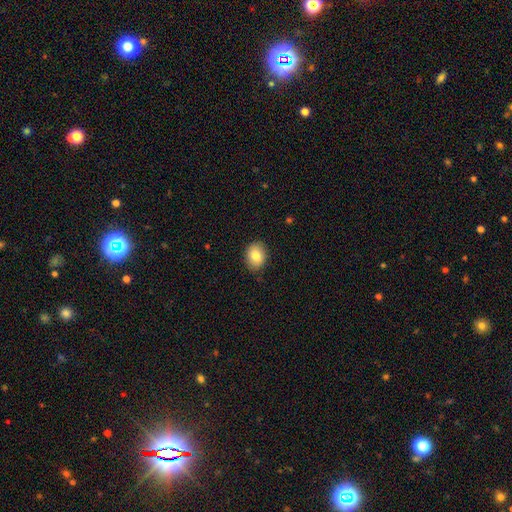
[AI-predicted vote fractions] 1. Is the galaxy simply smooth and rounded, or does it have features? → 81% smooth, 11% featured or disk, 8% star or artifact.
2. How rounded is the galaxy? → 57% in between, 42% round, 1% cigar-shaped.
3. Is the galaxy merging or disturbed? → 85% none, 12% minor disturbance, 2% major disturbance, 1% merger.